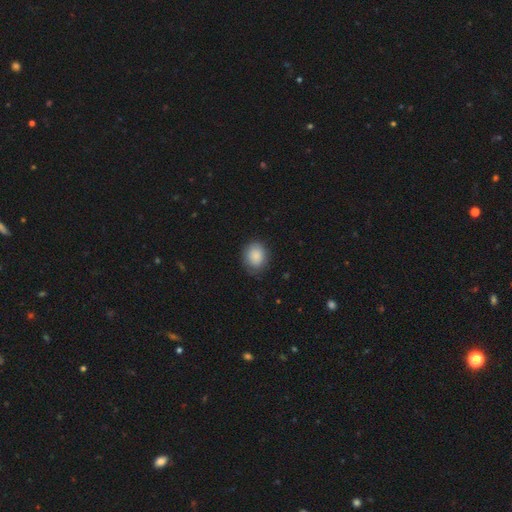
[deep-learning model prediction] This is clearly a smooth galaxy (87%). How rounded: likely round (66%). Merging: likely none (79%).